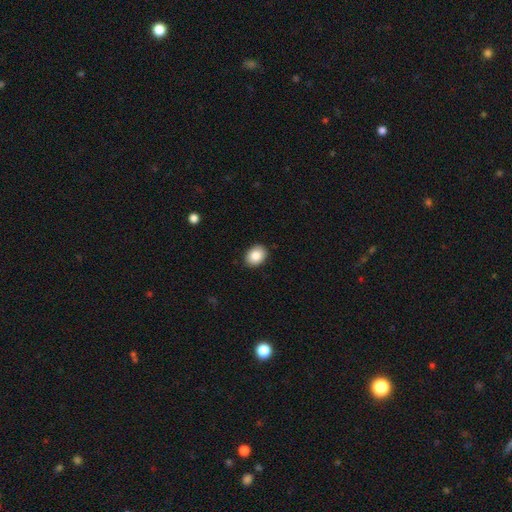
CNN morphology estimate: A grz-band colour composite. It shows a smooth galaxy with no disk features (86%) that is in between round and cigar-shaped (62%). Merging: none (89%).